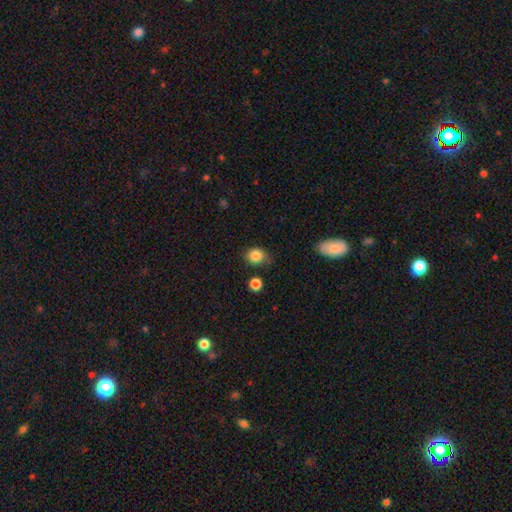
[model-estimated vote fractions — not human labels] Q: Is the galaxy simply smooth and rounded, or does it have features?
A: smooth — 85%.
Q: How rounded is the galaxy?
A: round — 65%.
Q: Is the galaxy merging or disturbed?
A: none — 74%.